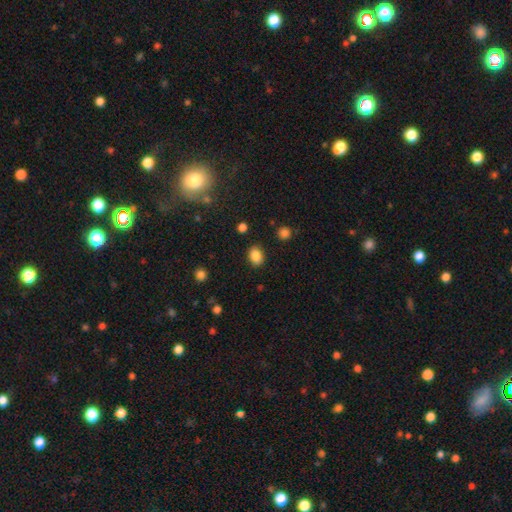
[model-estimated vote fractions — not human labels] Smooth or featured? Predicted: smooth (p=0.86). How rounded? Predicted: in between (p=0.67). Merging? Predicted: none (p=0.85).